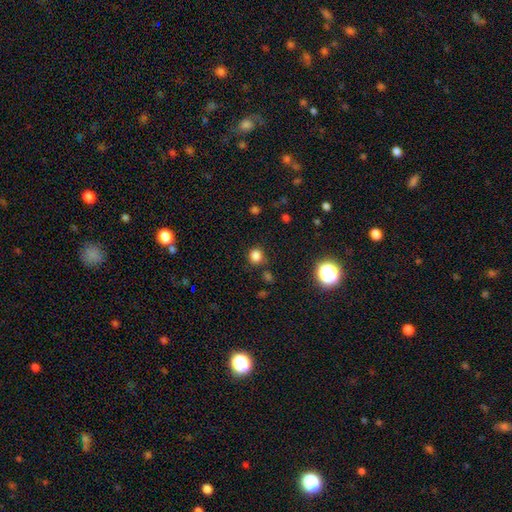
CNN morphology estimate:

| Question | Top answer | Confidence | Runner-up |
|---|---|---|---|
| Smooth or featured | smooth | 80% | star or artifact (16%) |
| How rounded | round | 86% | in between (13%) |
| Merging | none | 81% | minor disturbance (11%) |